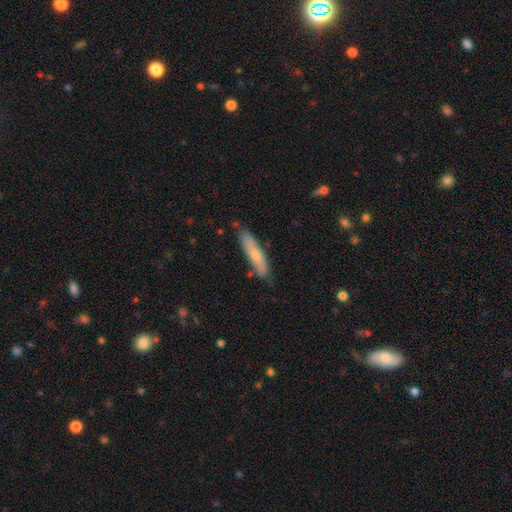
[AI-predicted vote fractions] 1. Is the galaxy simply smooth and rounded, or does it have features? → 62% smooth, 32% featured or disk, 6% star or artifact.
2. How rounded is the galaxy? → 82% cigar-shaped, 16% in between, 2% round.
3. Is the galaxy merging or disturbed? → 80% none, 15% minor disturbance, 2% major disturbance, 2% merger.